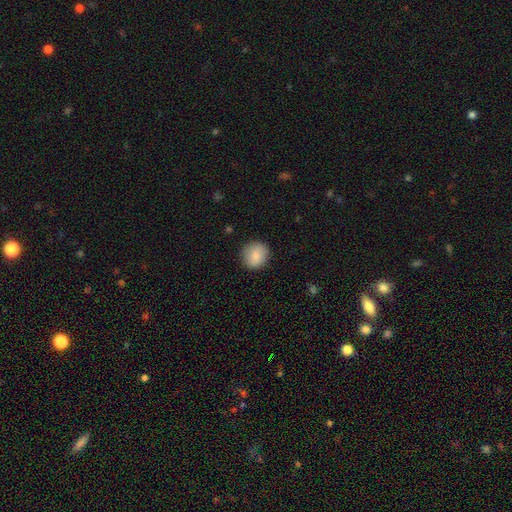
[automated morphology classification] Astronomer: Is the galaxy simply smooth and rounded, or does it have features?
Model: smooth — 84%.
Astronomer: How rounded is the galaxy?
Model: round — 88%.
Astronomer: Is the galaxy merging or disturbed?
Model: none — 87%.